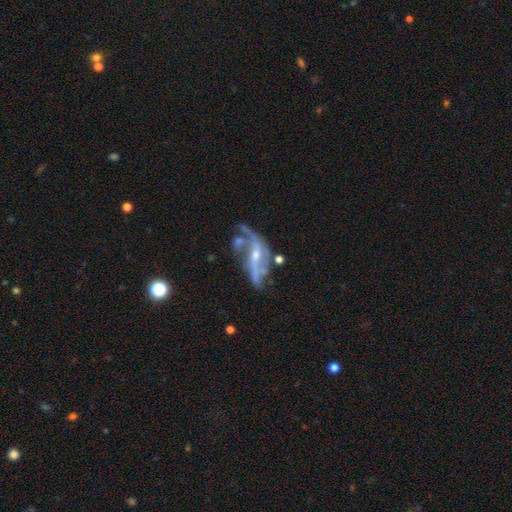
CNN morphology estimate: type=featured or disk (84%); edge-on=no (90%); bar=no (38%); spiral arms=yes (89%); winding=loose (68%); arm count=2 (70%); bulge=small (59%); merging=none (41%).